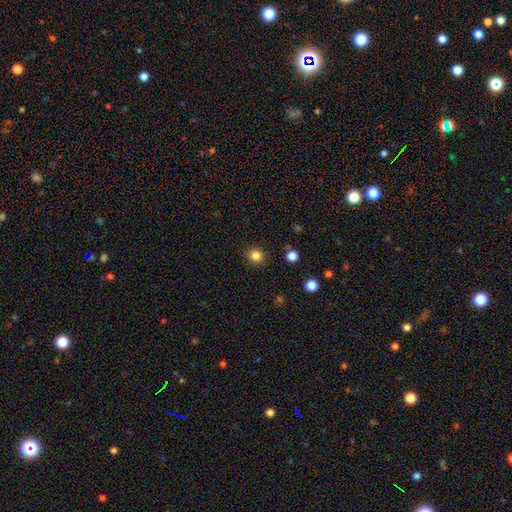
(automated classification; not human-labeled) Smooth or featured: smooth — 84% (star or artifact — 12%)
How rounded: round — 86% (in between — 13%)
Merging: none — 90% (minor disturbance — 7%)